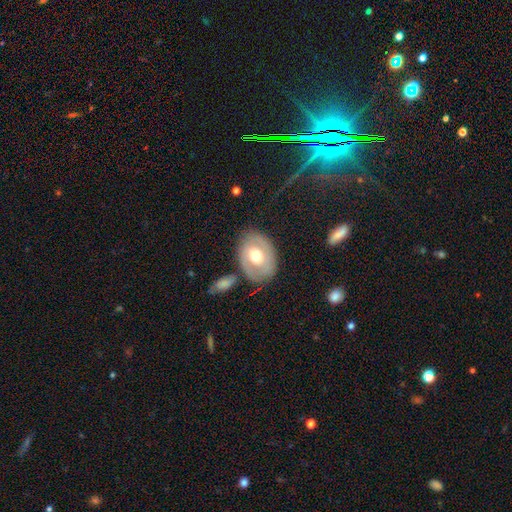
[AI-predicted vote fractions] Overall: featured or disk (55%; smooth 39%). Edge-on disk: no (94%). Bar: no (67%). Spiral arms: no (51%; yes 49%). Bulge size: moderate (71%). Merging: none (71%).